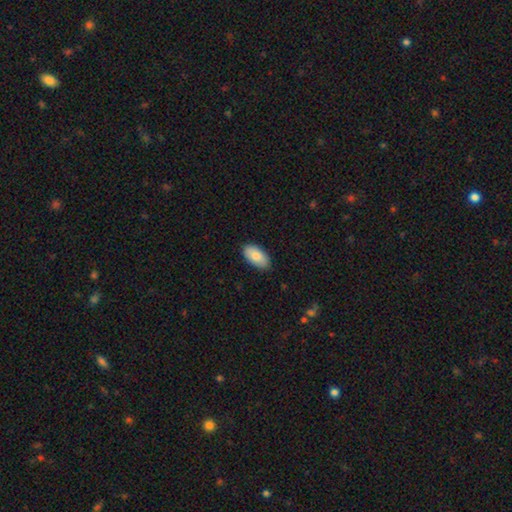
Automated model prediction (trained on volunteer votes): Smooth or featured? smooth (82%)
How rounded? in between (94%)
Merging? none (86%)